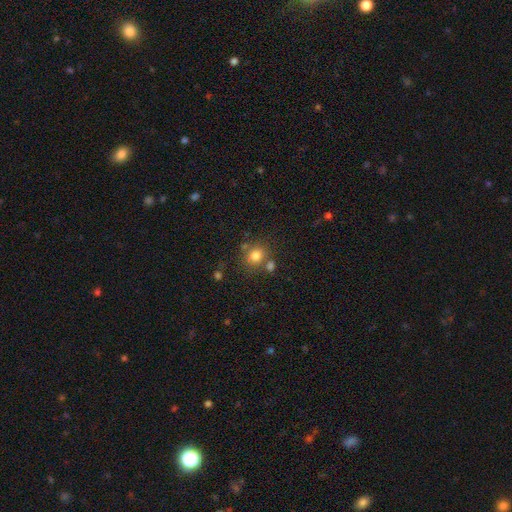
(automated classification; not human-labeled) Morphology: type=smooth (79%); roundness=round (75%); merging=none (66%).